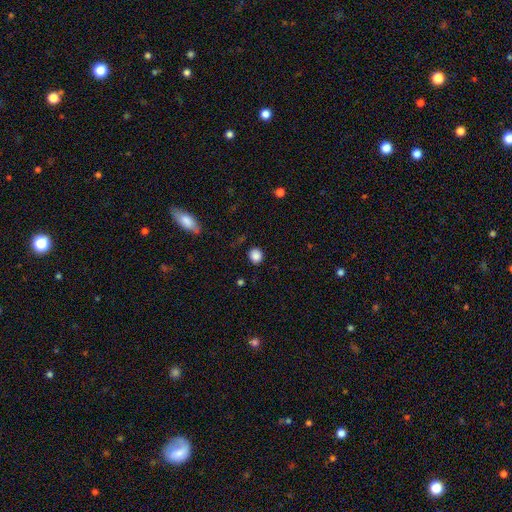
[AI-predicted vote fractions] Morphology: type=smooth (86%); roundness=round (87%); merging=none (88%).